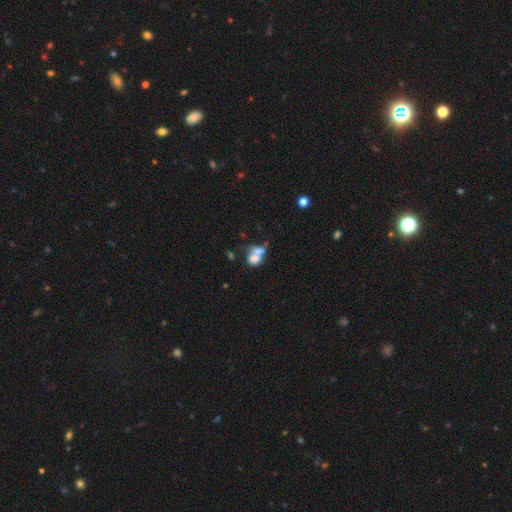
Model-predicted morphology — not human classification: smooth-or-featured: smooth: 63% | featured or disk: 25% | star or artifact: 11%
  how-rounded: in between: 65% | round: 32% | cigar-shaped: 3%
  merging: merger: 65% | none: 18% | major disturbance: 9% | minor disturbance: 8%